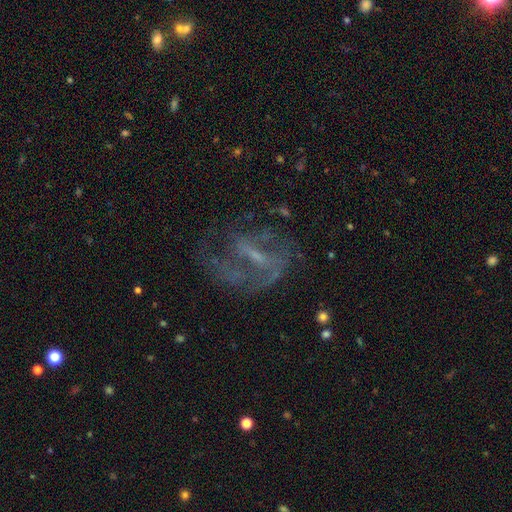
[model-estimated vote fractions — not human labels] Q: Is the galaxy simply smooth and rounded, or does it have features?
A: featured or disk — 73%.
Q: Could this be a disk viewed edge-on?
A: no — 94%.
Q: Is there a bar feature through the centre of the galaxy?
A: weak — 44%.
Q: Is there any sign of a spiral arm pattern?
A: yes — 80%.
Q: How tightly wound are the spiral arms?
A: medium — 43%.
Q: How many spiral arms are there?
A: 2 — 43%.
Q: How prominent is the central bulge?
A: small — 51%.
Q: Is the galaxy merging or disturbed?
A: none — 51%.